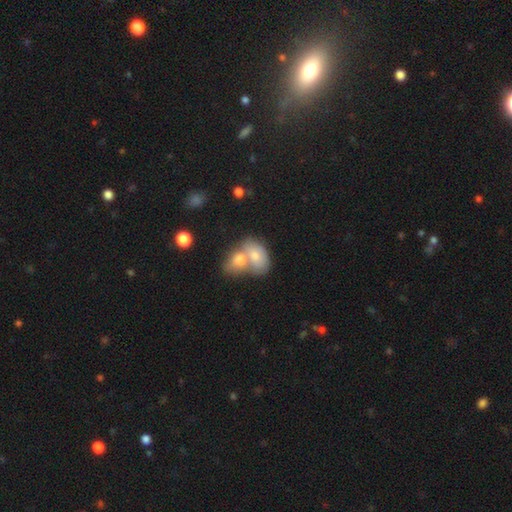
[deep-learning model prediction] smooth-or-featured: smooth: 73% | featured or disk: 20% | star or artifact: 7%
  how-rounded: in between: 84% | round: 14% | cigar-shaped: 2%
  merging: merger: 68% | none: 21% | minor disturbance: 7% | major disturbance: 3%